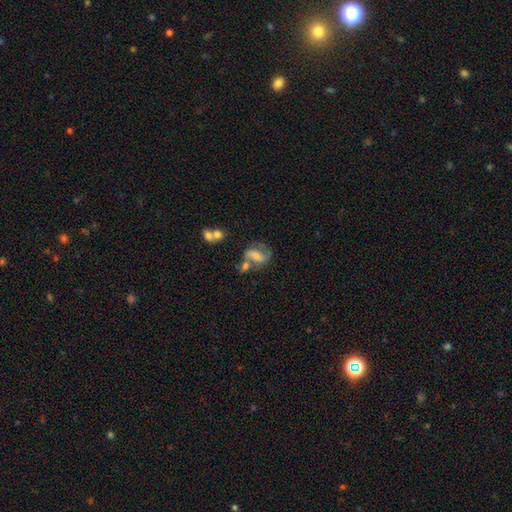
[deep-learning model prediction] smooth_or_featured: featured or disk (p=0.63) [alt: smooth p=0.26]
disk_edge_on: no (p=0.95) [alt: yes p=0.05]
bar: weak (p=0.39) [alt: strong p=0.31]
has_spiral_arms: yes (p=0.83) [alt: no p=0.17]
spiral_winding: loose (p=0.44) [alt: medium p=0.41]
spiral_arm_count: 2 (p=0.84) [alt: can't tell p=0.07]
bulge_size: moderate (p=0.47) [alt: small p=0.35]
merging: none (p=0.46) [alt: merger p=0.25]